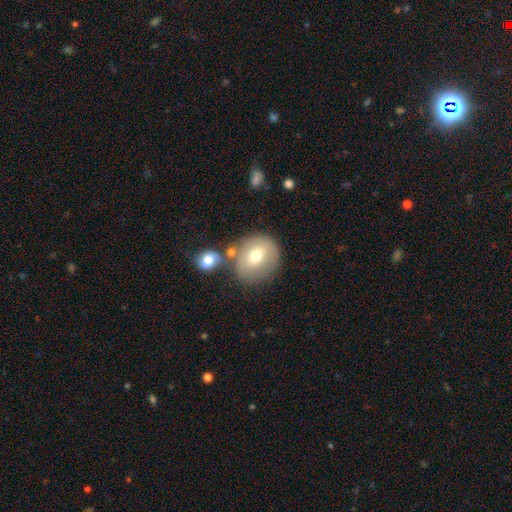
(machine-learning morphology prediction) A smooth galaxy with no disk features (66%) that is round (76%).

Vote fractions:
- Smooth or featured? smooth: 66% / featured or disk: 26% / star or artifact: 9%
- How rounded? round: 76% / in between: 23% / cigar-shaped: 1%
- Merging? none: 61% / merger: 20% / minor disturbance: 14% / major disturbance: 5%